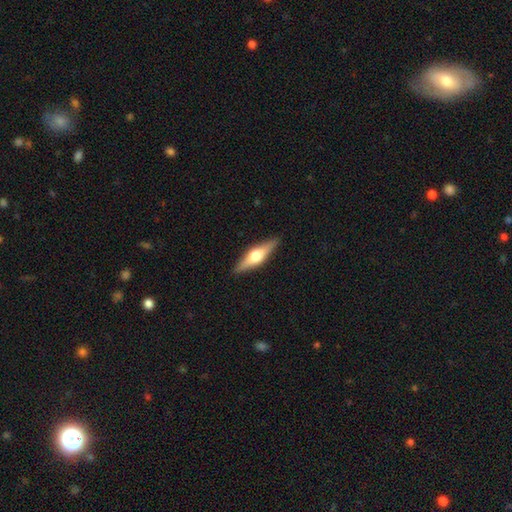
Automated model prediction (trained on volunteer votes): smooth_or_featured: featured or disk (p=0.60) [alt: smooth p=0.35]
disk_edge_on: yes (p=0.95) [alt: no p=0.05]
edge_on_bulge: rounded (p=0.94) [alt: boxy p=0.04]
merging: none (p=0.90) [alt: minor disturbance p=0.08]